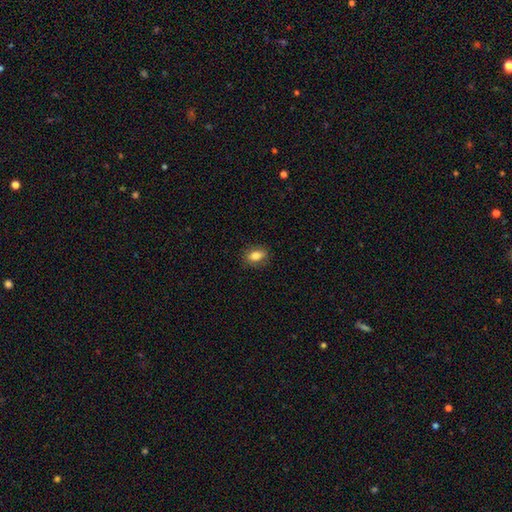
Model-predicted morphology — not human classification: smooth 81%, featured or disk 10%, star or artifact 8%. Down the decision tree: how rounded — in between (82%); merging — none (84%).